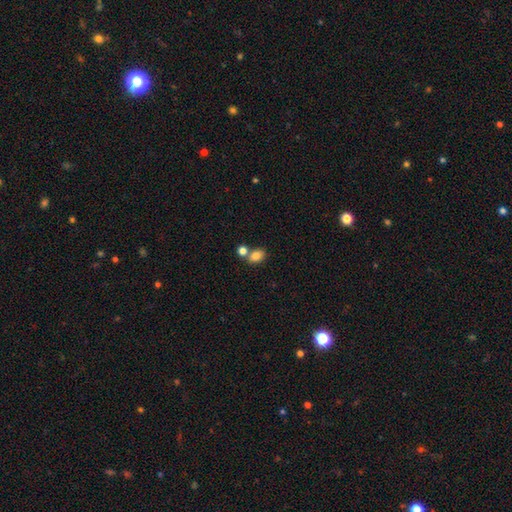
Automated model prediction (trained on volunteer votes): Smooth or featured? smooth (83%)
How rounded? in between (70%)
Merging? none (56%)